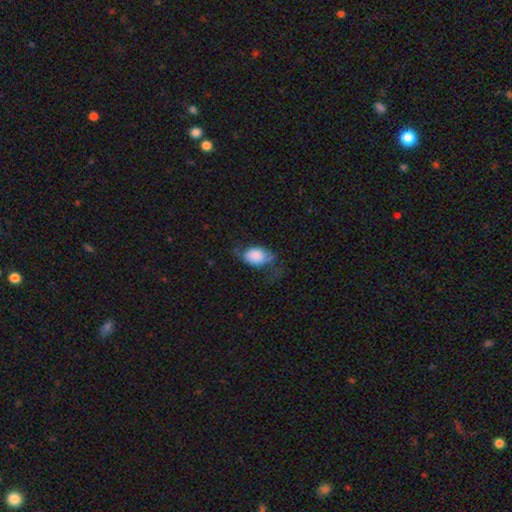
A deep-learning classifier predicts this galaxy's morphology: Smooth or featured: smooth — 75% (featured or disk — 17%)
How rounded: in between — 85% (round — 13%)
Merging: none — 38% (minor disturbance — 32%)